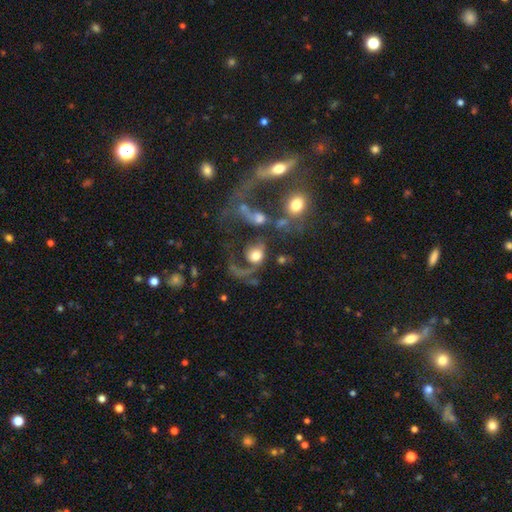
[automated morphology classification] This is possibly a featured or disk galaxy (49%). Merging: marginally major disturbance (37%).